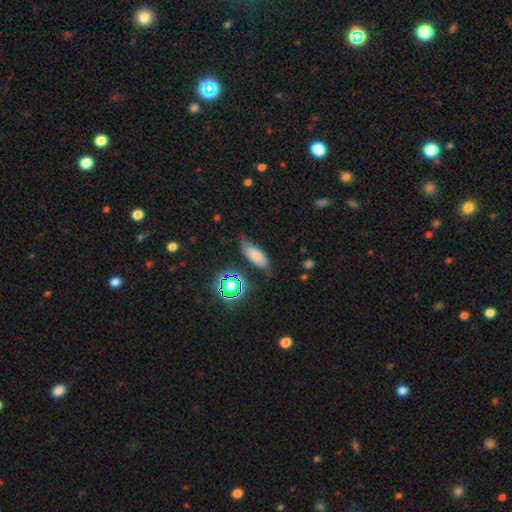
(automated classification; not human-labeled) Smooth or featured?
  - smooth: 70% *
  - featured or disk: 16%
  - star or artifact: 14%
How rounded?
  - in between: 73% *
  - cigar-shaped: 24%
  - round: 4%
Merging?
  - none: 67% *
  - minor disturbance: 24%
  - major disturbance: 6%
  - merger: 3%